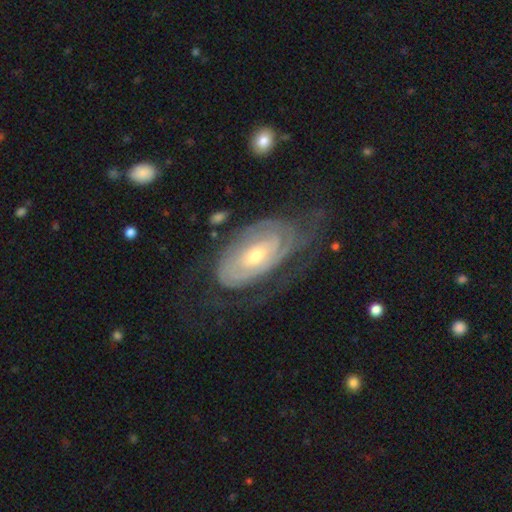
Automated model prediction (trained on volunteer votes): This is clearly a featured or disk galaxy (82%). It is clearly not viewed edge-on (94%). Bar: possibly no (59%). Spiral arm pattern: clearly yes (87%). Spiral arm count: marginally can't tell (44%). Spiral winding: likely tight (70%). Central bulge: possibly small (49%). Merging: possibly none (55%).